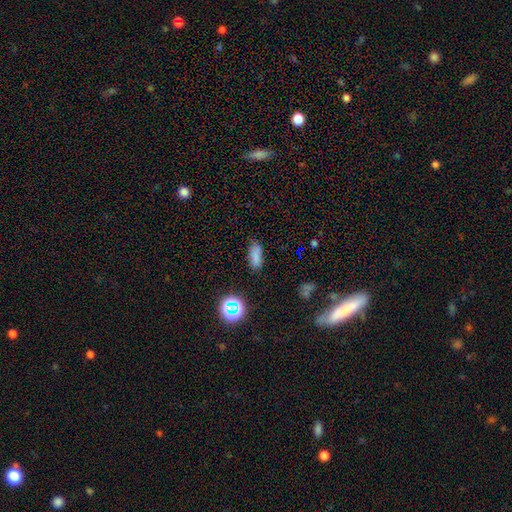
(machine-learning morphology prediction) Smooth or featured? smooth (76%)
How rounded? in between (78%)
Merging? none (77%)